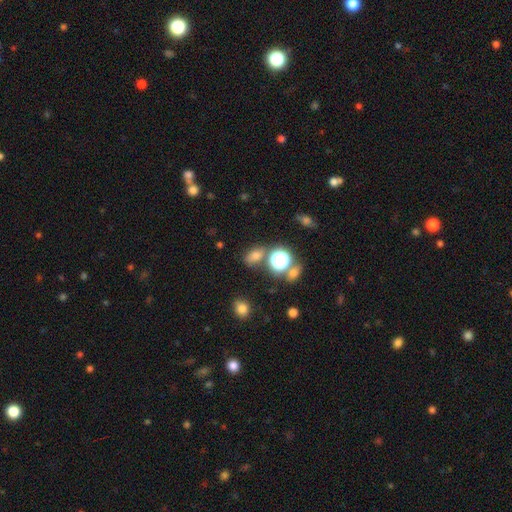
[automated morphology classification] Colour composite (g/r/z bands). It shows a smooth galaxy with no disk features (65%) that is in between round and cigar-shaped (66%). Merging: none (71%).